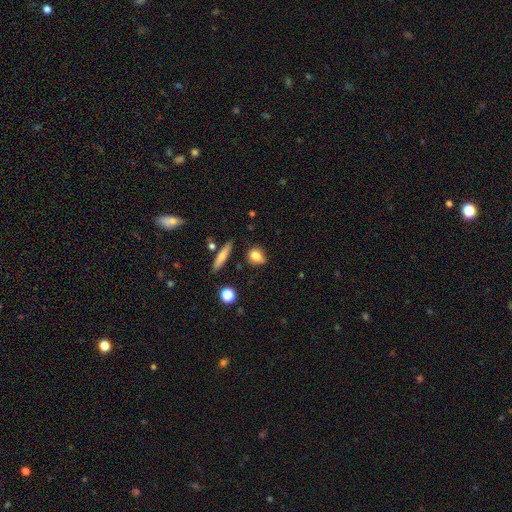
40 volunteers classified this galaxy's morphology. smooth-or-featured: smooth: 85% | featured or disk: 8% | star or artifact: 8%
  how-rounded: round: 47% | in between: 44% | cigar-shaped: 9%
  merging: none: 68% | minor disturbance: 24% | merger: 5% | major disturbance: 3%